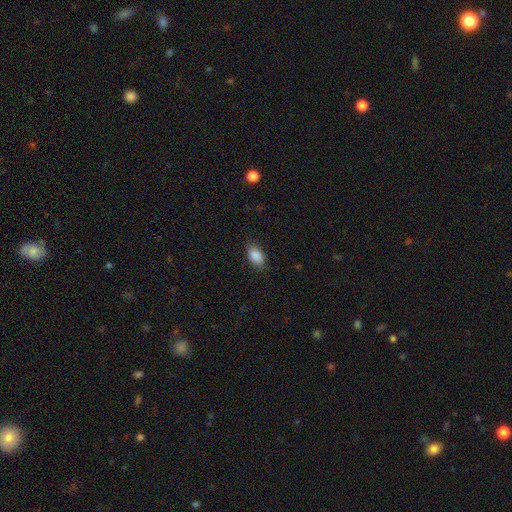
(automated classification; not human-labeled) A smooth galaxy with no disk features (89%) that is in between round and cigar-shaped (92%). Merging: none (84%).